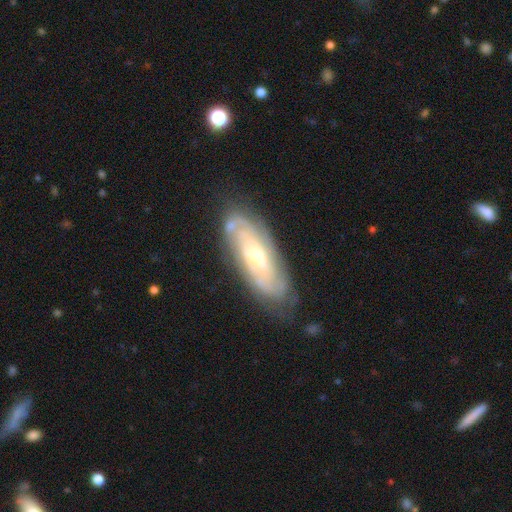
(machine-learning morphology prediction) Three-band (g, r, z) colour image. It shows a featured or disk galaxy (75%) with no bar (65%), tight (68%) spiral arms (87%) and a small central bulge (57%). Merging: none (75%).